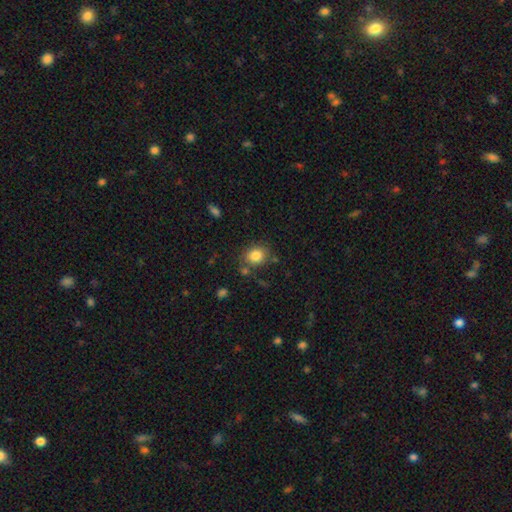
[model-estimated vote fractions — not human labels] Morphology: type=smooth (83%); roundness=round (60%); merging=none (76%).